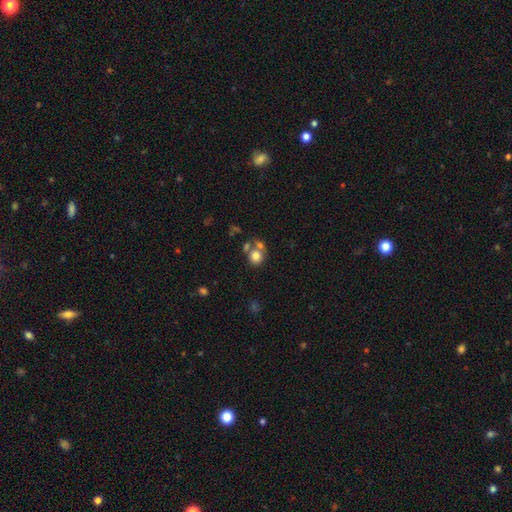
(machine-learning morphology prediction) smooth 77%, featured or disk 12%, star or artifact 11%. Down the decision tree: how rounded — round (78%); merging — none (46%).